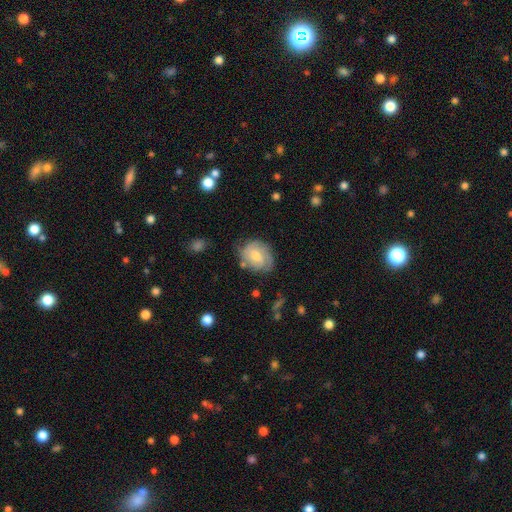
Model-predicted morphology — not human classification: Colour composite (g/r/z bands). It shows a featured or disk galaxy (53%) with no bar (55%), spiral arms (84%) and a moderate central bulge (46%, tied with small). Merging: none (63%).